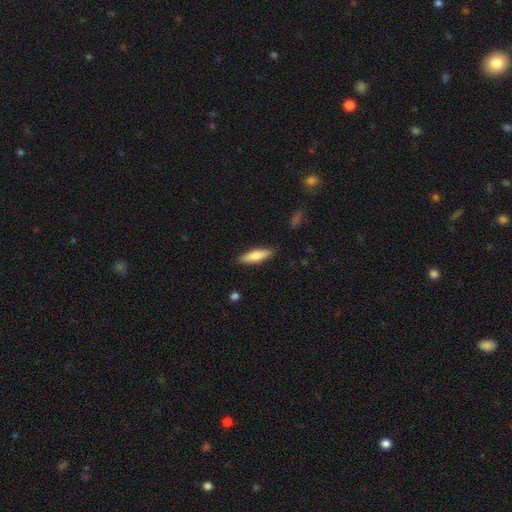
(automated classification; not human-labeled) Overall: smooth (72%). How rounded: cigar-shaped (61%; in between 37%). Merging: none (88%).